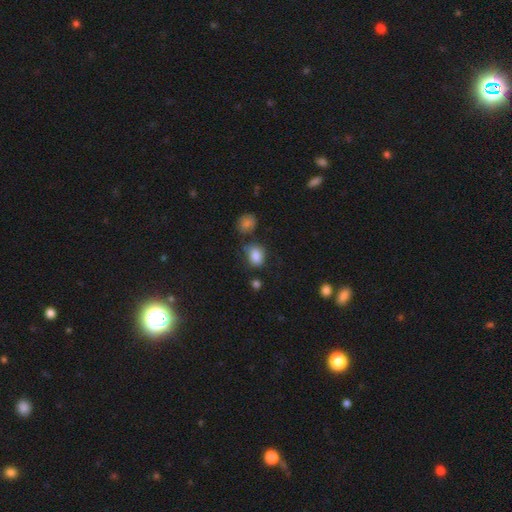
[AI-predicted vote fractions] smooth_or_featured: smooth (p=0.84) [alt: star or artifact p=0.10]
how_rounded: in between (p=0.63) [alt: round p=0.36]
merging: none (p=0.60) [alt: minor disturbance p=0.23]